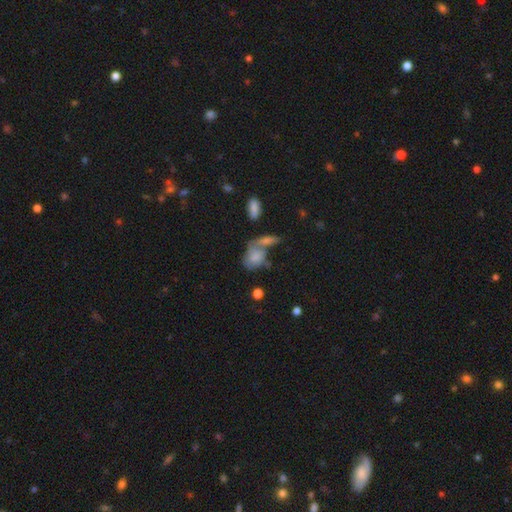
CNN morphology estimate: This is likely a smooth galaxy (67%). How rounded: likely in between (77%). Merging: marginally merger (42%).